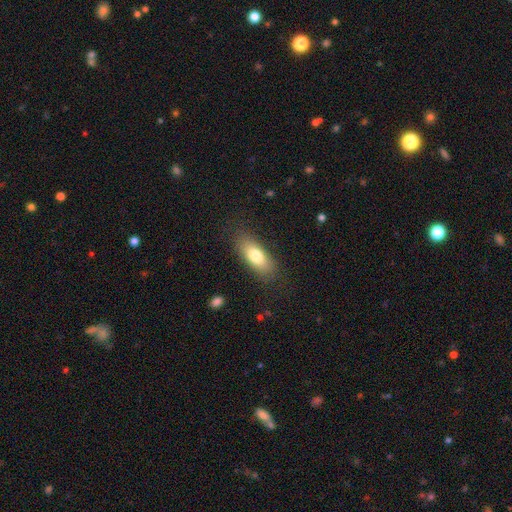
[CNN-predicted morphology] smooth-or-featured: smooth: 76% | featured or disk: 17% | star or artifact: 7%
  how-rounded: in between: 78% | cigar-shaped: 18% | round: 4%
  merging: none: 81% | minor disturbance: 13% | major disturbance: 4% | merger: 1%